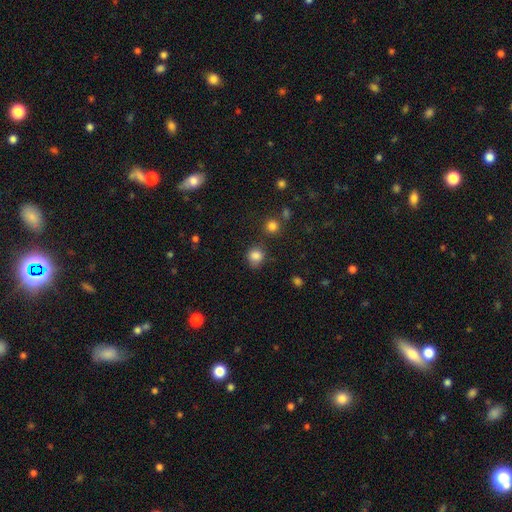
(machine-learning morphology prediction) The model was most divided on "merging": none: 74%, minor disturbance: 17%, major disturbance: 5%, merger: 4%. More confident: smooth or featured — smooth (84%); how rounded — round (82%).